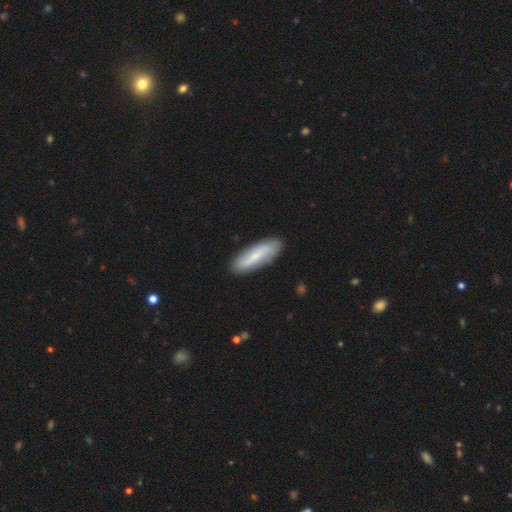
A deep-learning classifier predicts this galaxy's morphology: smooth_or_featured: smooth (p=0.55) [alt: featured or disk p=0.40]
how_rounded: cigar-shaped (p=0.53) [alt: in between p=0.45]
merging: none (p=0.88) [alt: minor disturbance p=0.09]